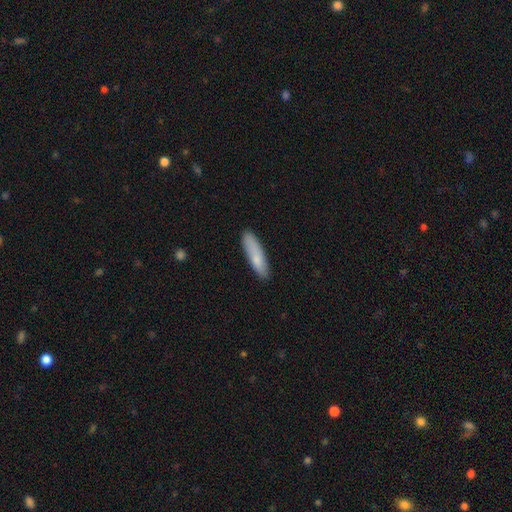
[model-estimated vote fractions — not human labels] Smooth or featured? smooth (80%)
How rounded? cigar-shaped (75%)
Merging? none (85%)